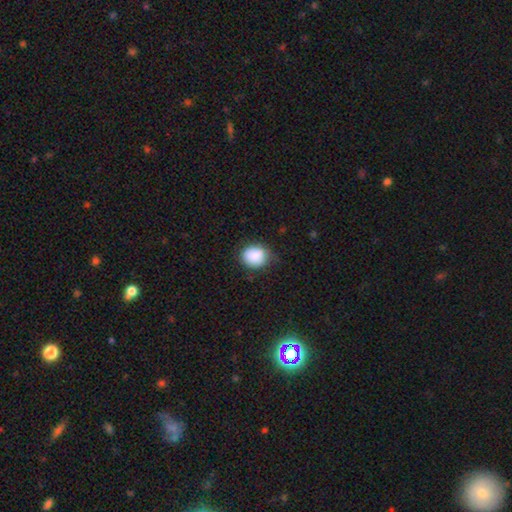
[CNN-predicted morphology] A smooth galaxy with no disk features (88%) that is round (68%).

Vote fractions:
- Smooth or featured? smooth: 88% / star or artifact: 8% / featured or disk: 4%
- How rounded? round: 68% / in between: 31% / cigar-shaped: 1%
- Merging? none: 72% / minor disturbance: 22% / major disturbance: 5% / merger: 1%